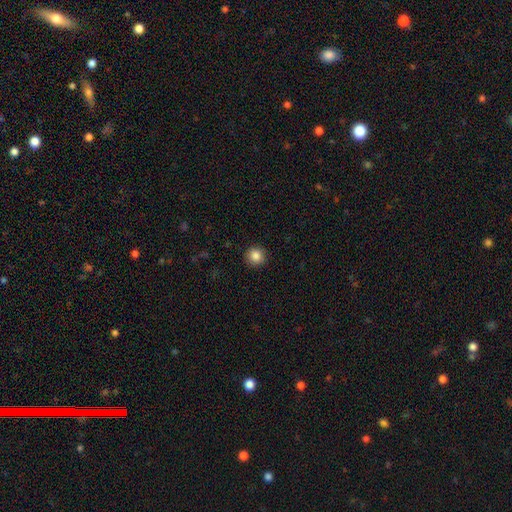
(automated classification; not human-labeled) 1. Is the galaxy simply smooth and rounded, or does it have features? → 86% smooth, 10% star or artifact, 5% featured or disk.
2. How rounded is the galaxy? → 92% round, 7% in between, 1% cigar-shaped.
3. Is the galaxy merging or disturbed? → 91% none, 6% minor disturbance, 2% major disturbance, 1% merger.